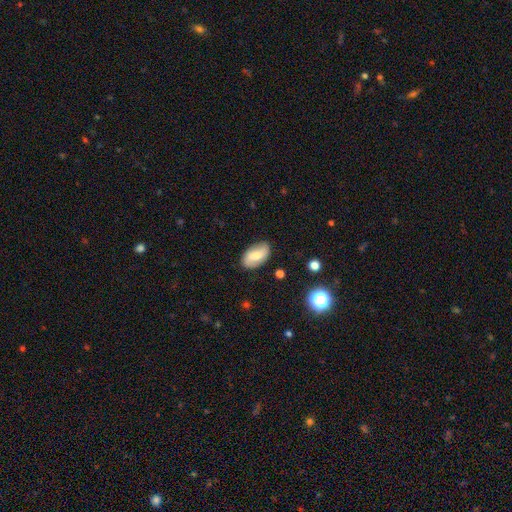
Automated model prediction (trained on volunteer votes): The model was most divided on "smooth or featured": smooth: 55%, featured or disk: 37%, star or artifact: 8%. More confident: how rounded — in between (93%); merging — none (80%).